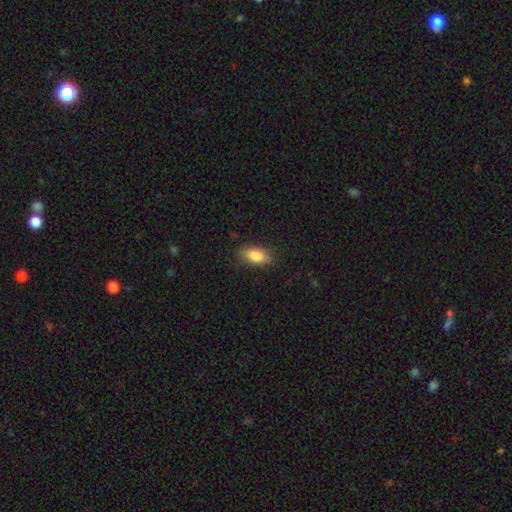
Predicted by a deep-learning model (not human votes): smooth_or_featured: smooth (p=0.86) [alt: star or artifact p=0.07]
how_rounded: in between (p=0.89) [alt: cigar-shaped p=0.07]
merging: none (p=0.84) [alt: minor disturbance p=0.12]